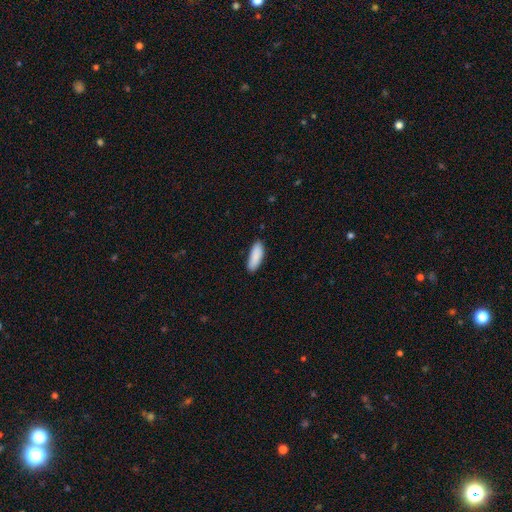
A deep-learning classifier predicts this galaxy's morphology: type=smooth (90%); roundness=in between (66%); merging=none (86%).